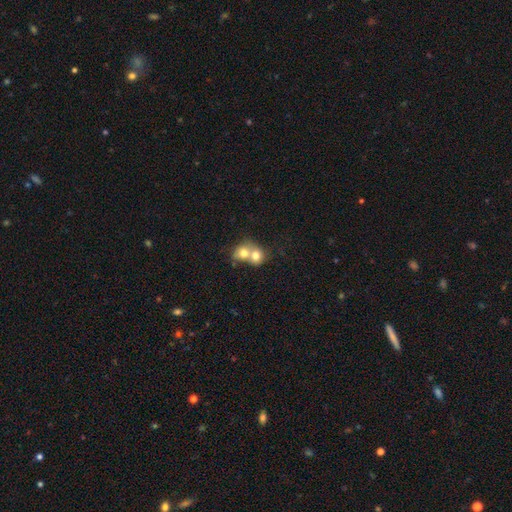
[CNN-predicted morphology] A smooth galaxy with no disk features (73%) that is round (67%). Merging: merger (75%).